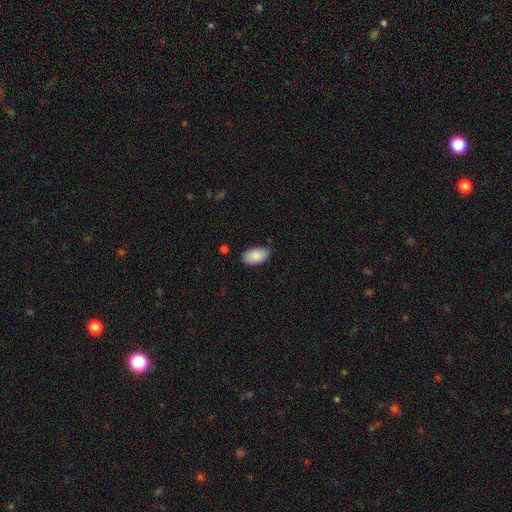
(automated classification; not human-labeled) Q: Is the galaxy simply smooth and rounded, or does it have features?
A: smooth — 88%.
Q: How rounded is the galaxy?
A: in between — 95%.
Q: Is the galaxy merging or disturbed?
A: none — 82%.